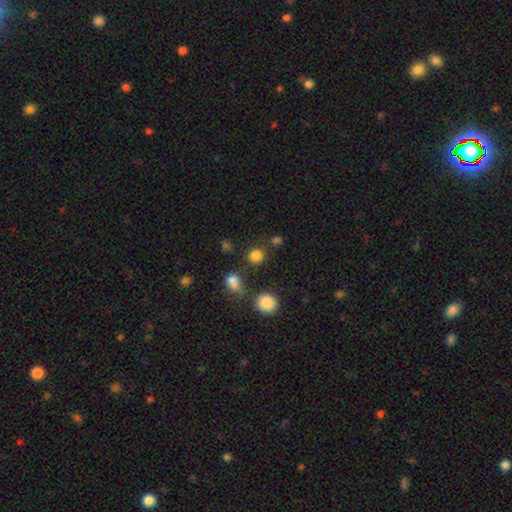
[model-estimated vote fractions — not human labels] Smooth or featured? Predicted: smooth (p=0.82). How rounded? Predicted: round (p=0.87). Merging? Predicted: none (p=0.77).